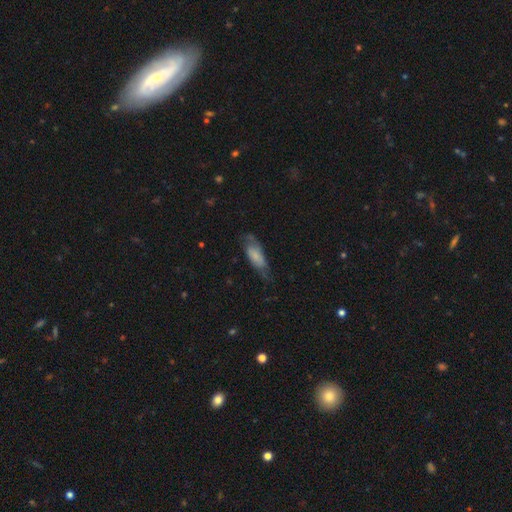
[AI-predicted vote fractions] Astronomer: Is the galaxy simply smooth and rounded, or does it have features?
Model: smooth — 65%.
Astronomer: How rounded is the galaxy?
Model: in between — 72%.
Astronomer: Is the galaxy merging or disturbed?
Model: none — 46% (runner-up: minor disturbance, 34%).